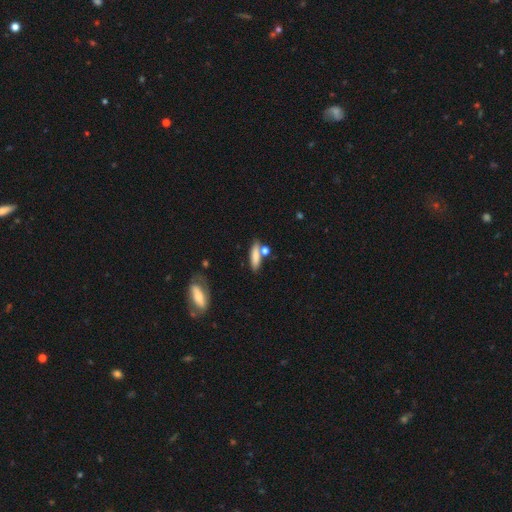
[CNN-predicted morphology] type=smooth (74%); roundness=cigar-shaped (62%); merging=none (63%).